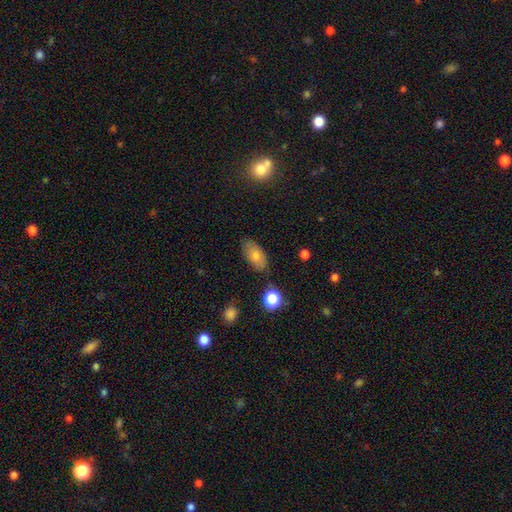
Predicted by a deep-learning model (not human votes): A smooth galaxy with no disk features (73%) that is in between round and cigar-shaped (90%).

Vote fractions:
- Smooth or featured? smooth: 73% / featured or disk: 17% / star or artifact: 10%
- How rounded? in between: 90% / round: 6% / cigar-shaped: 4%
- Merging? none: 76% / minor disturbance: 18% / major disturbance: 4% / merger: 3%